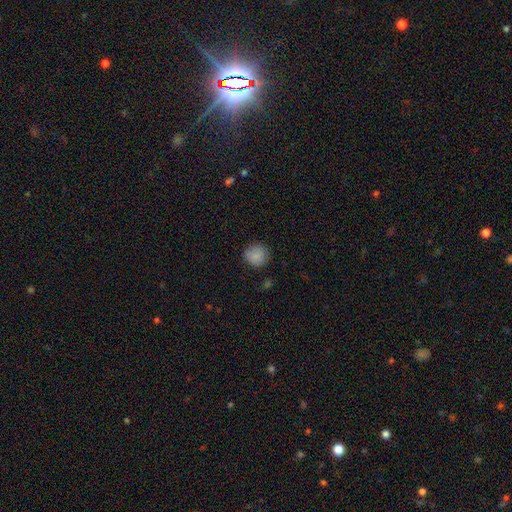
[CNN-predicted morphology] Smooth or featured? Predicted: smooth (p=0.85). How rounded? Predicted: round (p=0.89). Merging? Predicted: none (p=0.82).